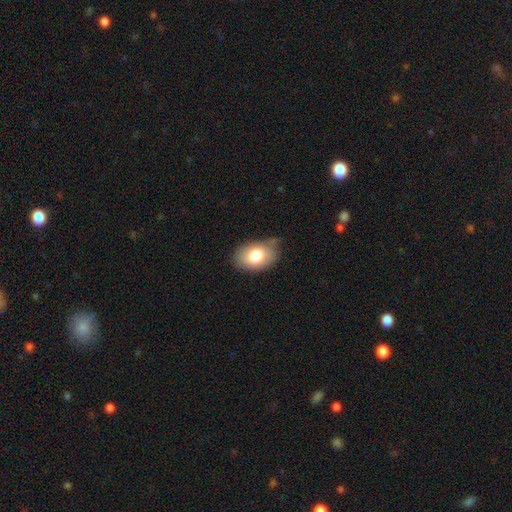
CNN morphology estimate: A smooth galaxy with no disk features (79%) that is in between round and cigar-shaped (86%). Merging: none (67%).